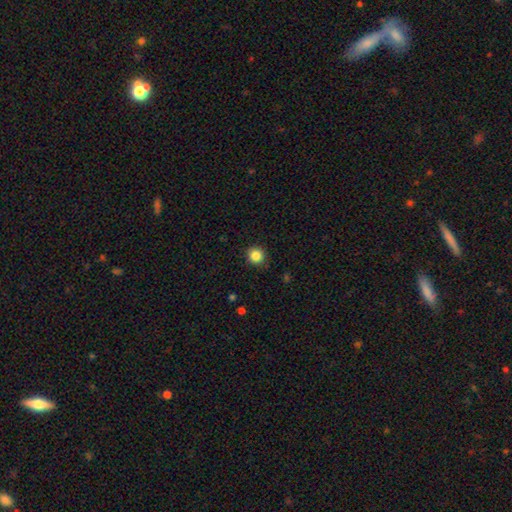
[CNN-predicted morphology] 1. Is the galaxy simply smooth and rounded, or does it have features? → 85% smooth, 11% star or artifact, 4% featured or disk.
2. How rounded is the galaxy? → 92% round, 7% in between, 1% cigar-shaped.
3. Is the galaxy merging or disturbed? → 91% none, 7% minor disturbance, 2% major disturbance, 1% merger.